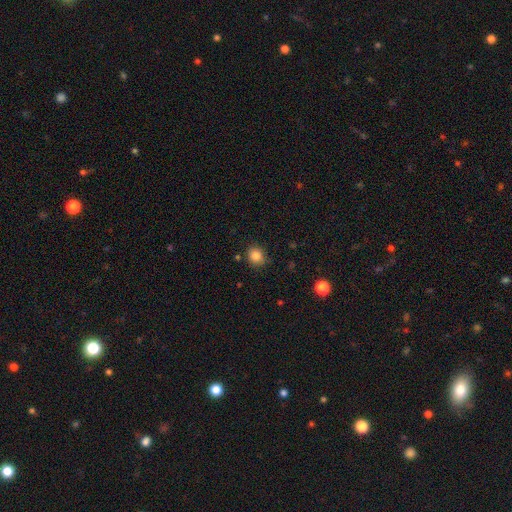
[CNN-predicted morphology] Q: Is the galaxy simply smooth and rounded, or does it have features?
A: smooth — 85%.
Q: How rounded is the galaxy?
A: round — 74%.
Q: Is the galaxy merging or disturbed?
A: none — 83%.